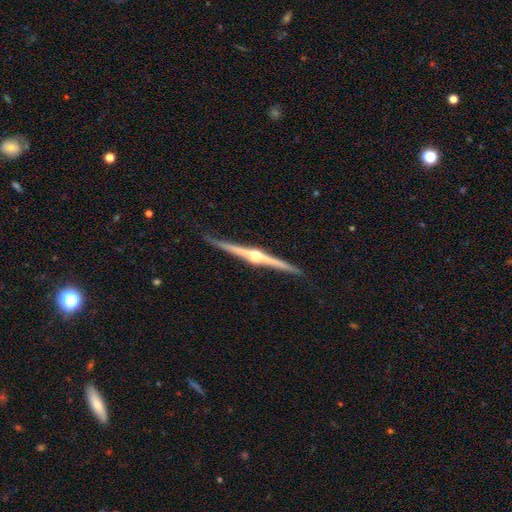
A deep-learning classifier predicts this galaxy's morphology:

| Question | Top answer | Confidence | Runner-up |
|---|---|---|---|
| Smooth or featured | featured or disk | 87% | smooth (8%) |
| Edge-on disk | yes | 99% | no (1%) |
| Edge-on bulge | rounded | 94% | boxy (3%) |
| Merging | none | 88% | minor disturbance (9%) |